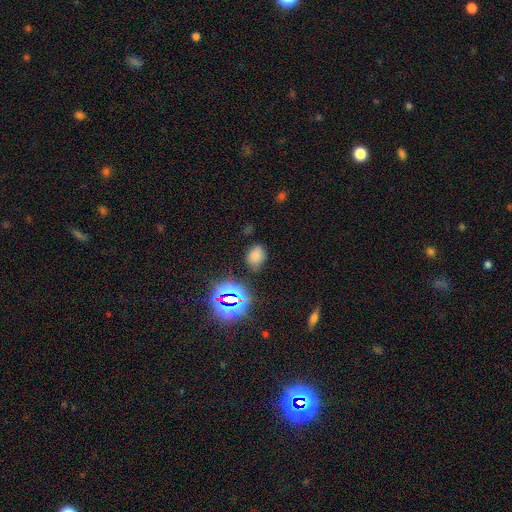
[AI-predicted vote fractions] A smooth galaxy with no disk features (69%) that is in between round and cigar-shaped (70%).

Vote fractions:
- Smooth or featured? smooth: 69% / star or artifact: 24% / featured or disk: 6%
- How rounded? in between: 70% / round: 29% / cigar-shaped: 1%
- Merging? none: 77% / minor disturbance: 15% / major disturbance: 4% / merger: 3%